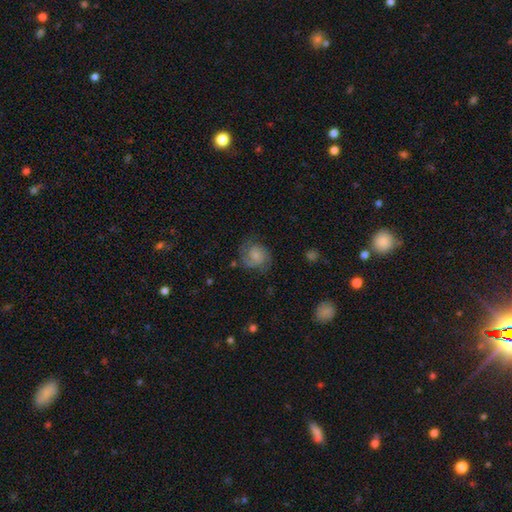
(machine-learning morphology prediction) A featured or disk galaxy (56%) with no bar (73%), 2 (64%) medium (42%) spiral arms (91%) and a small central bulge (54%).

Vote fractions:
- Smooth or featured? featured or disk: 56% / smooth: 35% / star or artifact: 8%
- Edge-on disk? no: 98% / yes: 2%
- Bar? no: 73% / weak: 24% / strong: 3%
- Spiral arms? yes: 91% / no: 9%
- Spiral winding? medium: 42% / tight: 41% / loose: 17%
- Spiral arm count? 2: 64% / can't tell: 15% / 1: 9% / 3: 8% / 4: 2% / more than 4: 2%
- Bulge size? small: 54% / moderate: 23% / none: 17% / large: 4% / dominant: 2%
- Merging? none: 65% / minor disturbance: 21% / major disturbance: 12% / merger: 2%